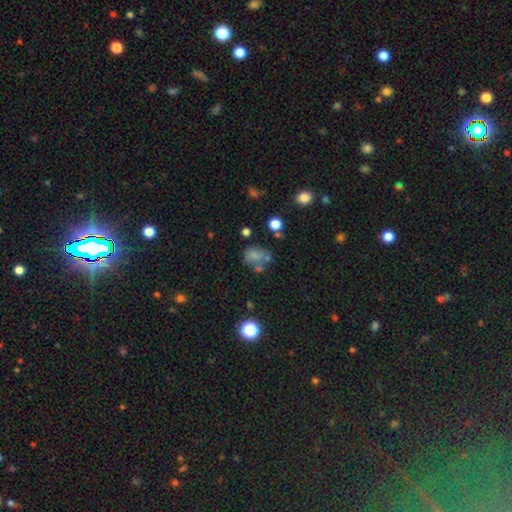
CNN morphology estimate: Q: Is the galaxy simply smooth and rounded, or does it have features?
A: smooth — 66%.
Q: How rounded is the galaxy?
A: in between — 51%.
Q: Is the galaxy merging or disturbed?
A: none — 42%.